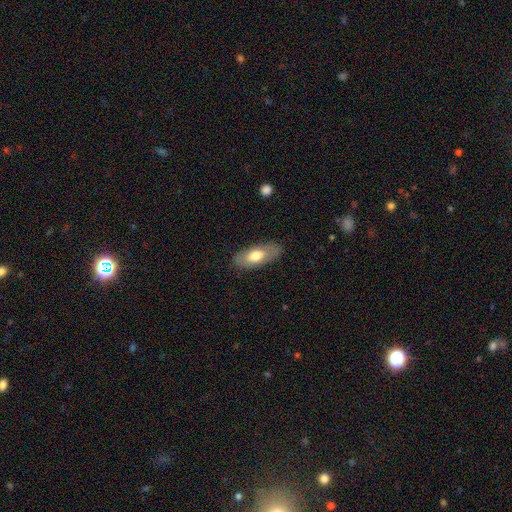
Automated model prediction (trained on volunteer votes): This is likely a smooth galaxy (65%). How rounded: clearly in between (84%). Merging: clearly none (83%).